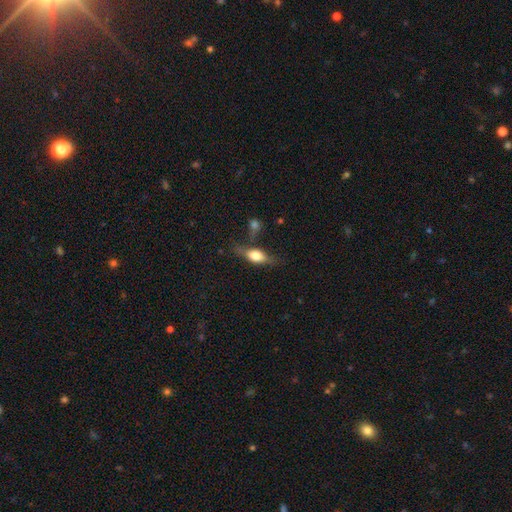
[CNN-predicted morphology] This appears to be a smooth galaxy with no disk features (57%) that is in between round and cigar-shaped (71%). Merging: none (54%).